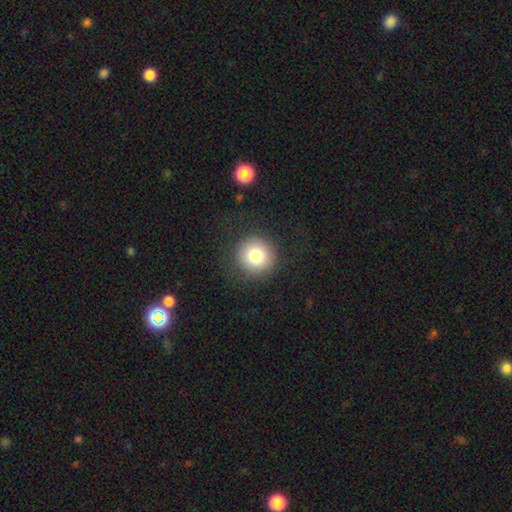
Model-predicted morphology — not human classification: This appears to be a smooth galaxy with no disk features (79%) that is round (95%). Merging: none (88%).